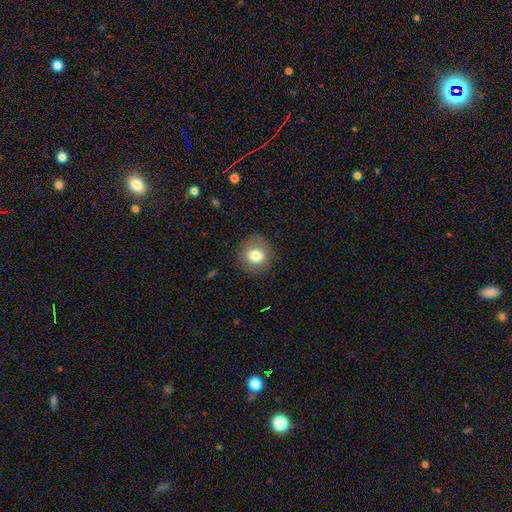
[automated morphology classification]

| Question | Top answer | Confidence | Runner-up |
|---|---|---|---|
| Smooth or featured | smooth | 79% | featured or disk (11%) |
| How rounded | round | 87% | in between (12%) |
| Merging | none | 87% | minor disturbance (9%) |